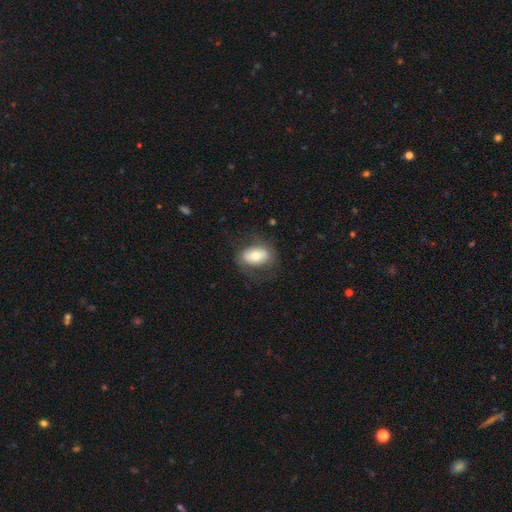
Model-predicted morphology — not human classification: Smooth or featured: smooth — 67% (featured or disk — 26%)
How rounded: in between — 89% (round — 8%)
Merging: none — 72% (minor disturbance — 18%)